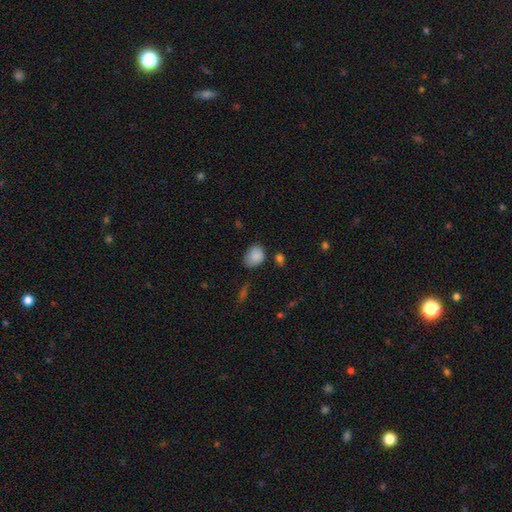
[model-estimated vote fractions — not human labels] smooth 86%, star or artifact 8%, featured or disk 6%. Down the decision tree: how rounded — in between (63%); merging — none (60%).